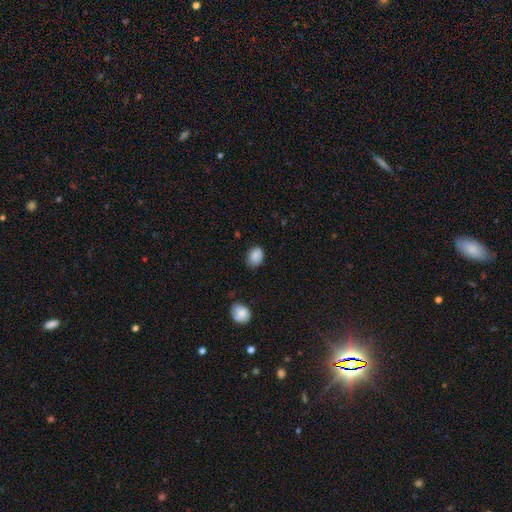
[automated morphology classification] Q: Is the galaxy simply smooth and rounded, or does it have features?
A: smooth — 87%.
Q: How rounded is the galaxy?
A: in between — 63%.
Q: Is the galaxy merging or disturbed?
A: none — 70%.